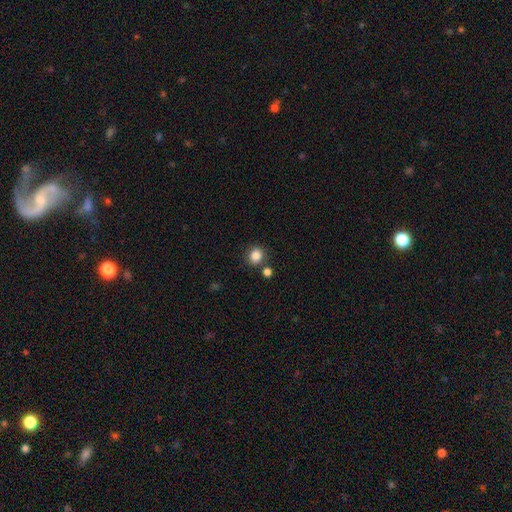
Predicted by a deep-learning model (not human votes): Smooth or featured? smooth (85%)
How rounded? round (82%)
Merging? none (78%)